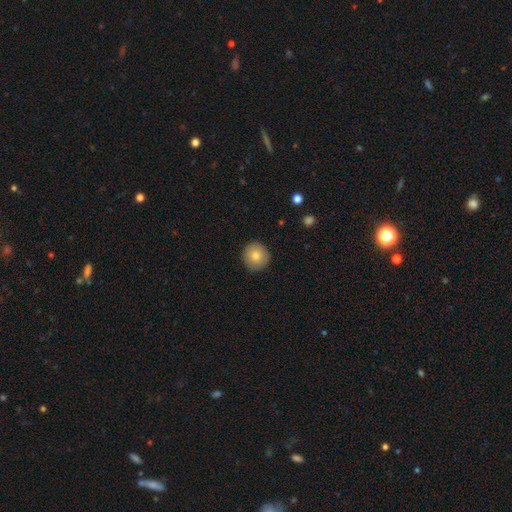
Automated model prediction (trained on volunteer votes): smooth 79%, featured or disk 13%, star or artifact 8%. Down the decision tree: how rounded — round (94%); merging — none (90%).